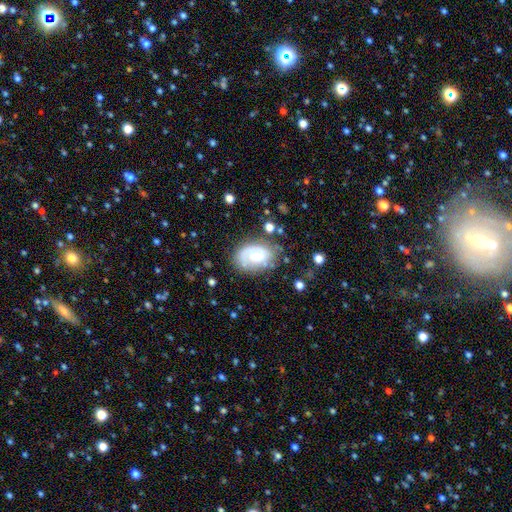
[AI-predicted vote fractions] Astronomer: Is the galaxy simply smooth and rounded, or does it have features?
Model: featured or disk — 61%.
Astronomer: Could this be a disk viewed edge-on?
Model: no — 96%.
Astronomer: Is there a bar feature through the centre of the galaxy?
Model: weak — 48% (runner-up: no, 39%).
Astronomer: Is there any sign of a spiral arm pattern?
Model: yes — 74%.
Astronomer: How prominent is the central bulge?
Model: moderate — 51%.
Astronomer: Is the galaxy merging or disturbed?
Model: none — 59%.